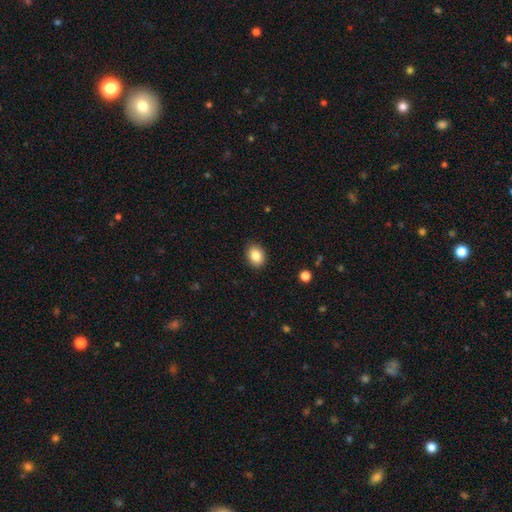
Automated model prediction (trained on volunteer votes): A smooth galaxy with no disk features (86%) that is in between round and cigar-shaped (63%). Merging: none (89%).